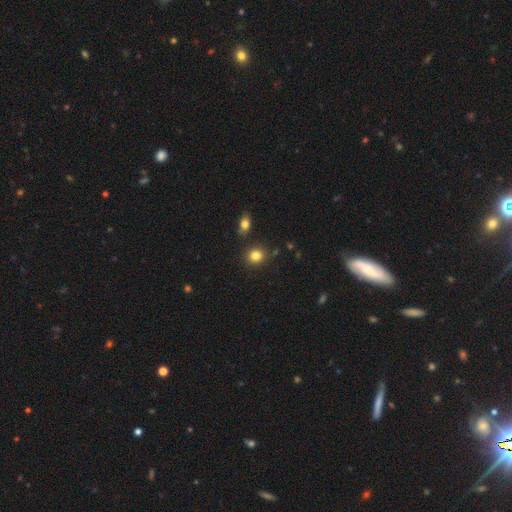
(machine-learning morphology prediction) Smooth or featured? Predicted: smooth (p=0.83). How rounded? Predicted: round (p=0.83). Merging? Predicted: none (p=0.84).